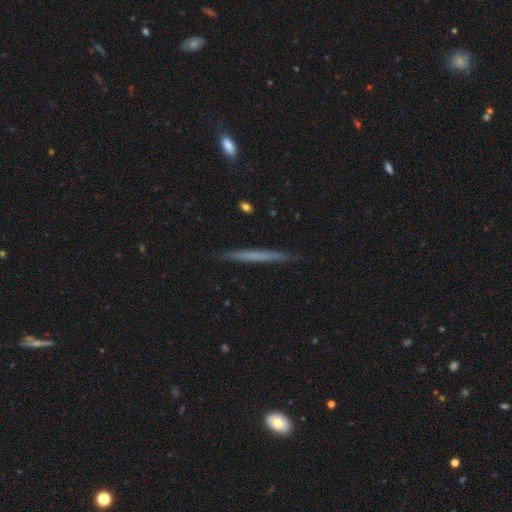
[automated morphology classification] smooth 48%, featured or disk 46%, star or artifact 6%. Down the decision tree: merging — none (90%).